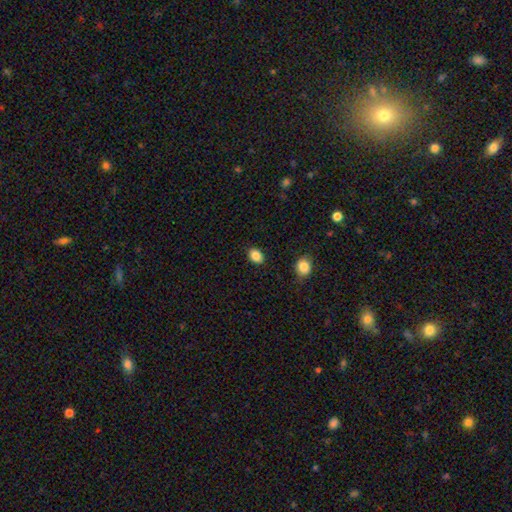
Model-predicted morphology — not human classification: Smooth or featured? smooth (87%)
How rounded? in between (73%)
Merging? none (87%)